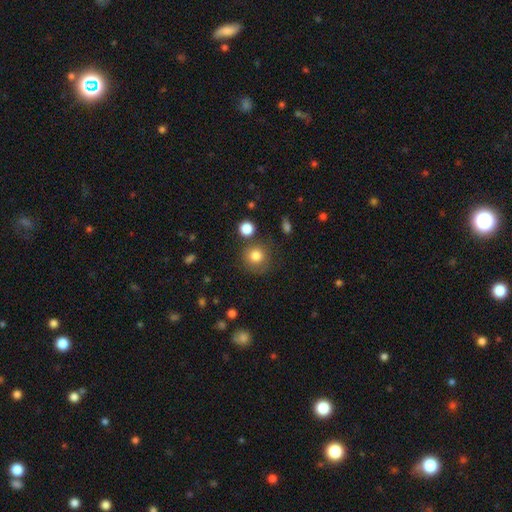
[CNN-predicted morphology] Smooth or featured? smooth (82%)
How rounded? round (90%)
Merging? none (75%)